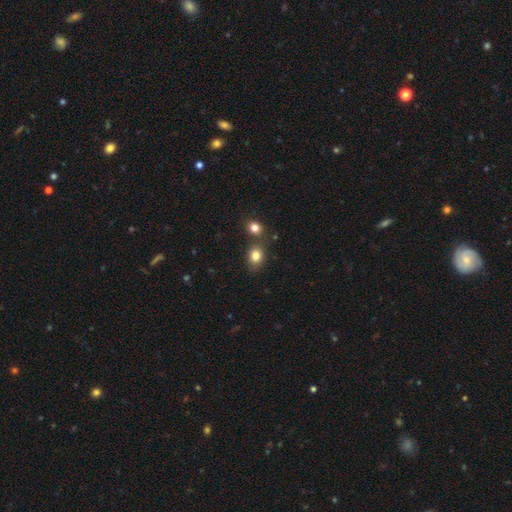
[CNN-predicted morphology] This appears to be a smooth galaxy with no disk features (83%) that is round (52%). Merging: none (69%).